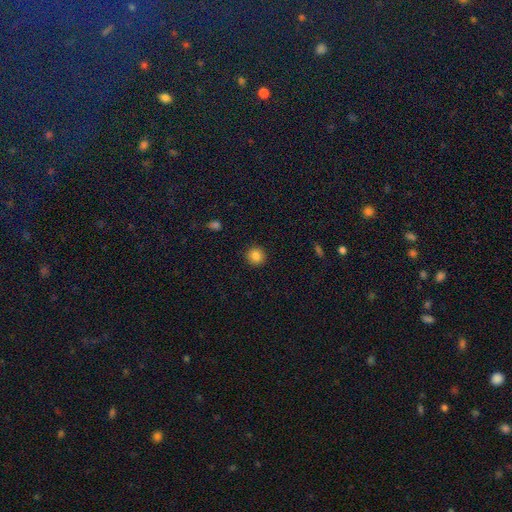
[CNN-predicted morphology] Smooth or featured: smooth — 84% (star or artifact — 11%)
How rounded: round — 94% (in between — 5%)
Merging: none — 92% (minor disturbance — 5%)